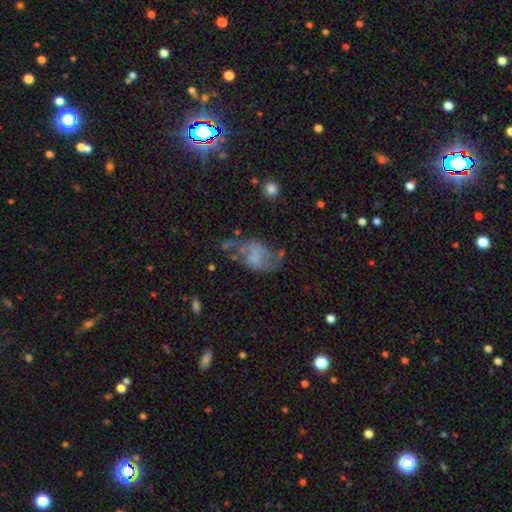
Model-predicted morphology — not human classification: smooth-or-featured: featured or disk: 56% | smooth: 33% | star or artifact: 11%
  disk-edge-on: no: 97% | yes: 3%
    bar: no: 64% | weak: 29% | strong: 8%
    has-spiral-arms: yes: 63% | no: 37%
    bulge-size: none: 52% | small: 19% | moderate: 18% | large: 9% | dominant: 2%
  merging: none: 35% | major disturbance: 33% | minor disturbance: 25% | merger: 7%